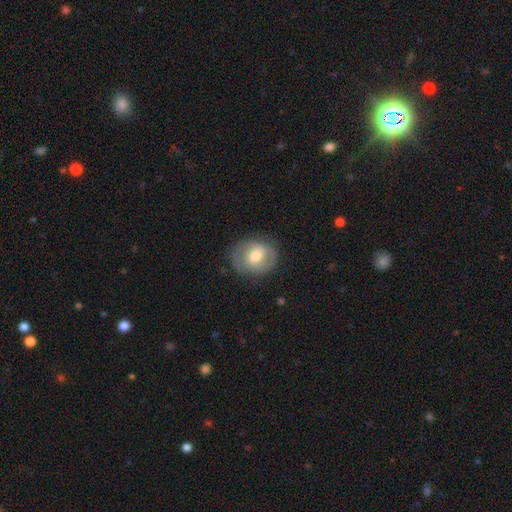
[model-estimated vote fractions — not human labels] A smooth galaxy with no disk features (49%). Merging: none (77%).